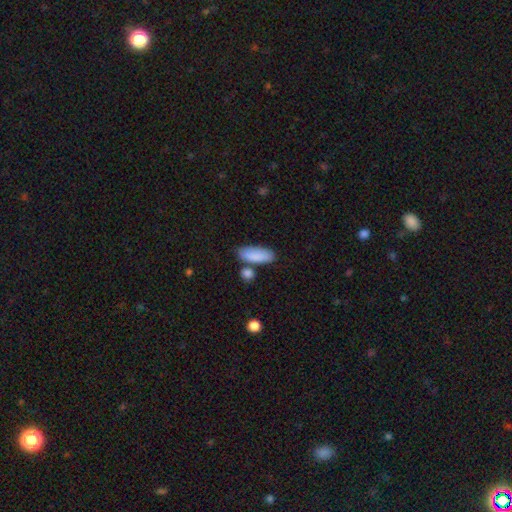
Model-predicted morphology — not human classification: Smooth or featured? smooth (87%)
How rounded? in between (70%)
Merging? none (70%)